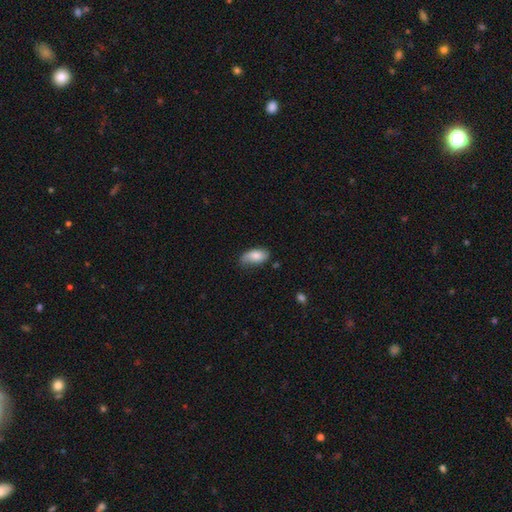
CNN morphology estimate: Smooth or featured? Predicted: smooth (p=0.82). How rounded? Predicted: in between (p=0.92). Merging? Predicted: none (p=0.65).